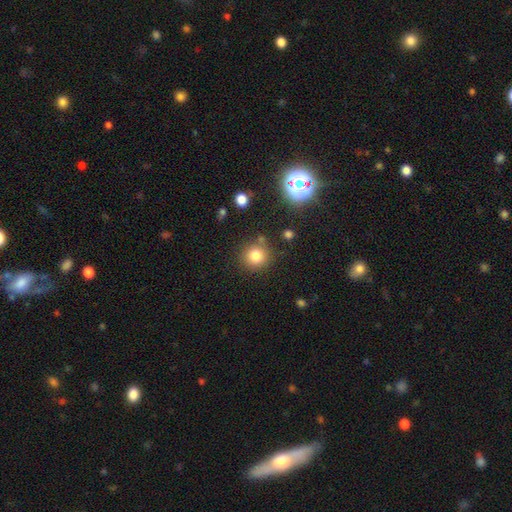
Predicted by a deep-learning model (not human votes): Morphology: type=smooth (80%); roundness=round (91%); merging=none (80%).